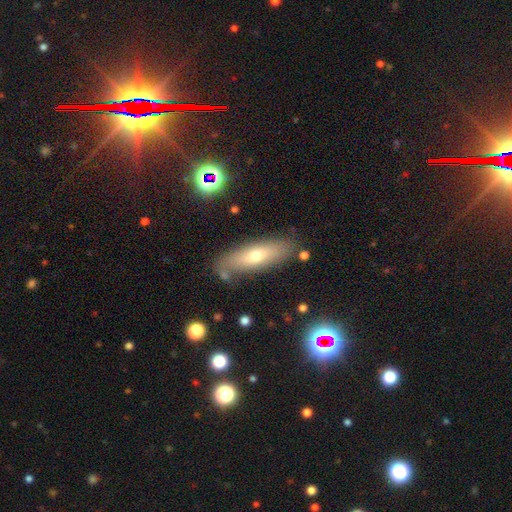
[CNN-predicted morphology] A smooth galaxy with no disk features (56%) that is cigar-shaped (51%).

Vote fractions:
- Smooth or featured? smooth: 56% / featured or disk: 34% / star or artifact: 9%
- How rounded? cigar-shaped: 51% / in between: 47% / round: 2%
- Merging? none: 78% / minor disturbance: 14% / merger: 5% / major disturbance: 4%